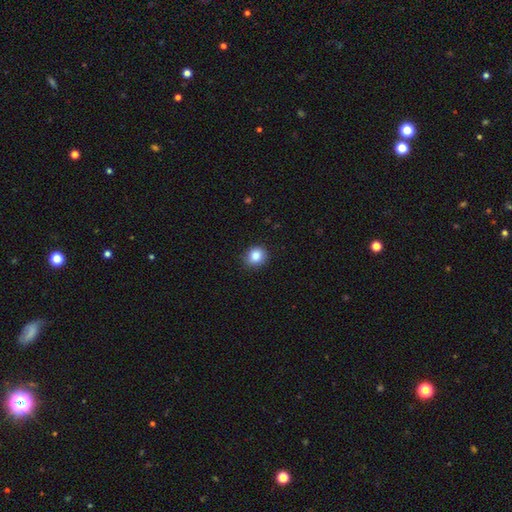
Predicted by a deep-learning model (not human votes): A smooth galaxy with no disk features (85%) that is round (80%).

Vote fractions:
- Smooth or featured? smooth: 85% / star or artifact: 10% / featured or disk: 5%
- How rounded? round: 80% / in between: 19% / cigar-shaped: 1%
- Merging? none: 86% / minor disturbance: 11% / major disturbance: 2% / merger: 1%